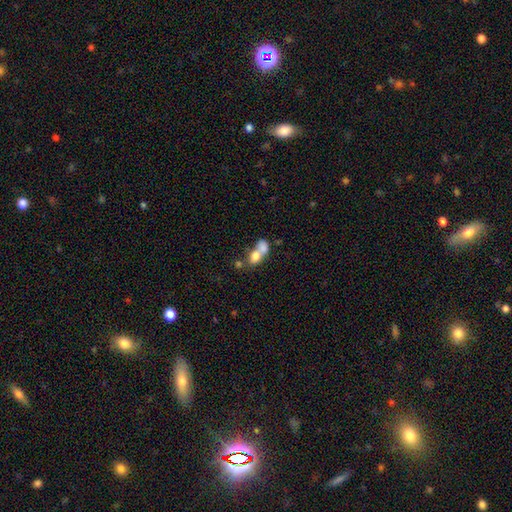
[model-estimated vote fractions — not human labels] A smooth galaxy with no disk features (72%) that is in between round and cigar-shaped (62%). Merging: merger (70%).